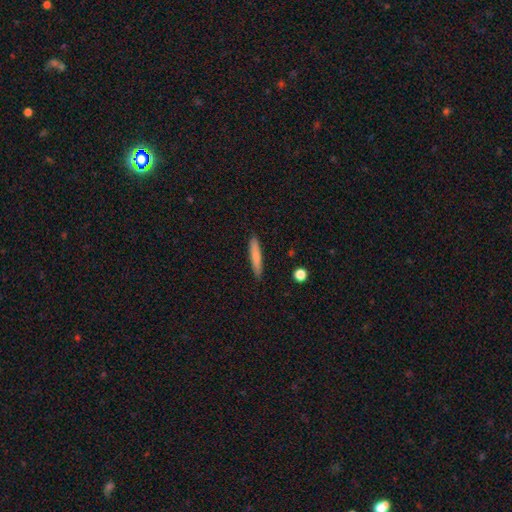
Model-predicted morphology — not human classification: type=smooth (77%); roundness=cigar-shaped (91%); merging=none (89%).